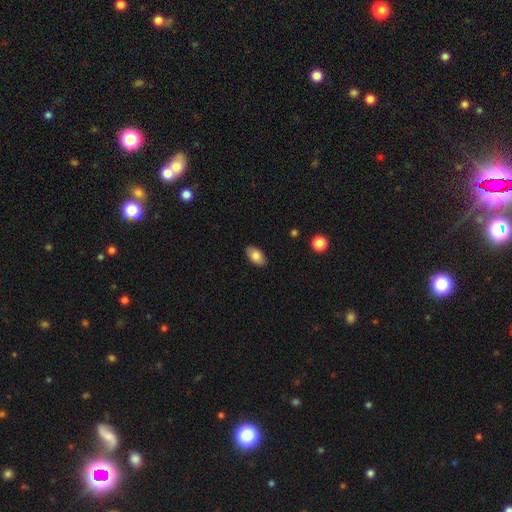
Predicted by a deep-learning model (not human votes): Q: Smooth or featured?
A: smooth (83%); runner-up: featured or disk (10%)
Q: How rounded?
A: in between (94%); runner-up: round (4%)
Q: Merging?
A: none (87%); runner-up: minor disturbance (10%)